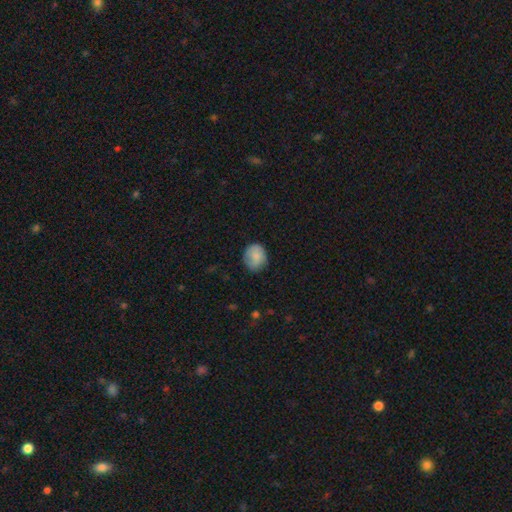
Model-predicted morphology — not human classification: smooth_or_featured: smooth (p=0.76) [alt: featured or disk p=0.17]
how_rounded: round (p=0.65) [alt: in between p=0.34]
merging: none (p=0.76) [alt: minor disturbance p=0.19]